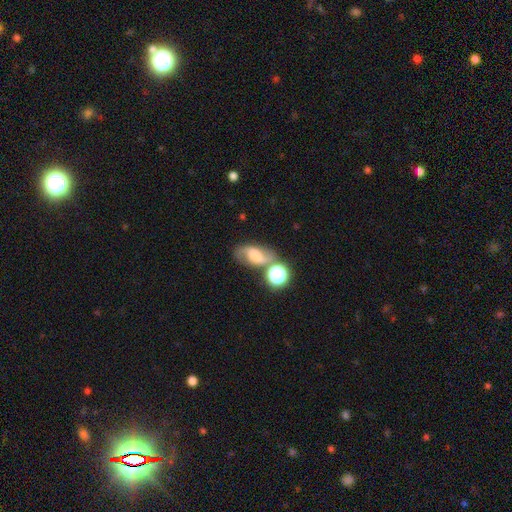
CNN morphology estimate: smooth_or_featured: featured or disk (p=0.57) [alt: smooth p=0.29]
disk_edge_on: no (p=0.94) [alt: yes p=0.06]
bar: no (p=0.44) [alt: weak p=0.40]
has_spiral_arms: yes (p=0.89) [alt: no p=0.11]
bulge_size: moderate (p=0.31) [alt: small p=0.24]
merging: none (p=0.56) [alt: merger p=0.18]